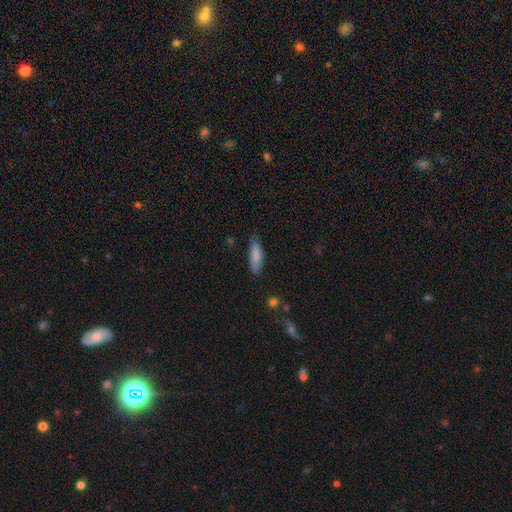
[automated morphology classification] A smooth galaxy with no disk features (83%) that is cigar-shaped (57%).

Vote fractions:
- Smooth or featured? smooth: 83% / featured or disk: 11% / star or artifact: 6%
- How rounded? cigar-shaped: 57% / in between: 41% / round: 2%
- Merging? none: 78% / minor disturbance: 17% / major disturbance: 3% / merger: 2%